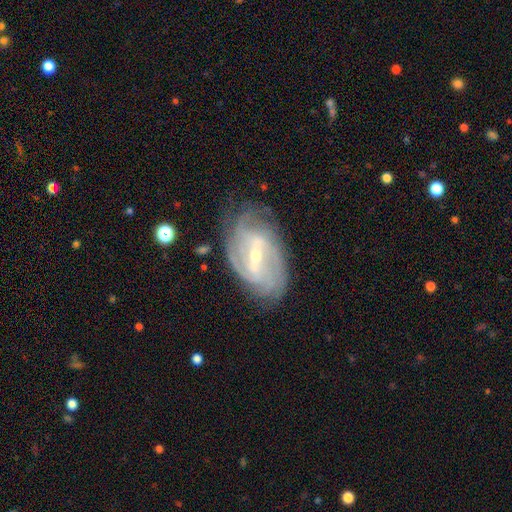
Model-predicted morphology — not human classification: Smooth or featured? featured or disk (87%)
Edge-on disk? no (96%)
Bar? strong (55%)
Spiral arms? yes (94%)
Spiral winding? tight (54%)
Spiral arm count? can't tell (31%)
Bulge size? small (66%)
Merging? none (71%)